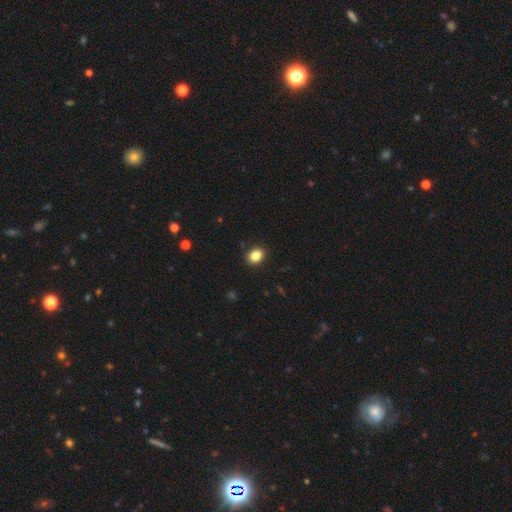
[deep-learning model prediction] The model was most divided on "how rounded": in between: 51%, round: 48%, cigar-shaped: 1%. More confident: merging — none (91%); smooth or featured — smooth (85%).